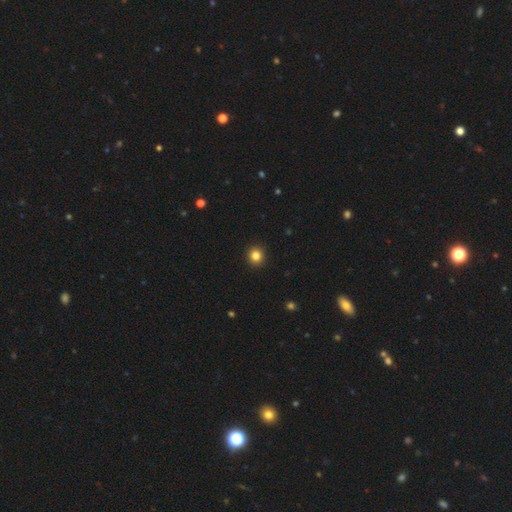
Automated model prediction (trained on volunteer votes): Smooth or featured? smooth (84%)
How rounded? round (91%)
Merging? none (93%)